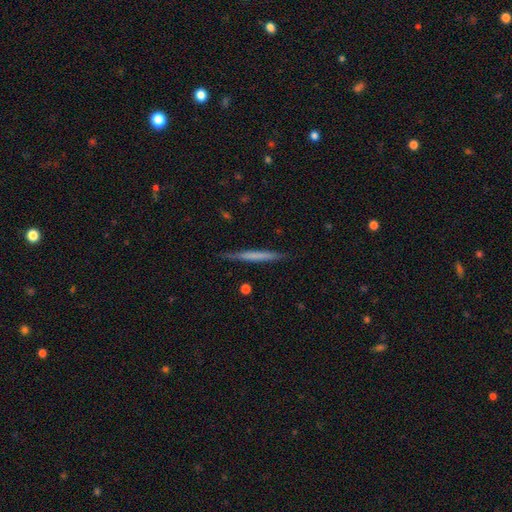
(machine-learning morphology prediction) Smooth or featured? smooth (52%)
How rounded? cigar-shaped (96%)
Merging? none (87%)